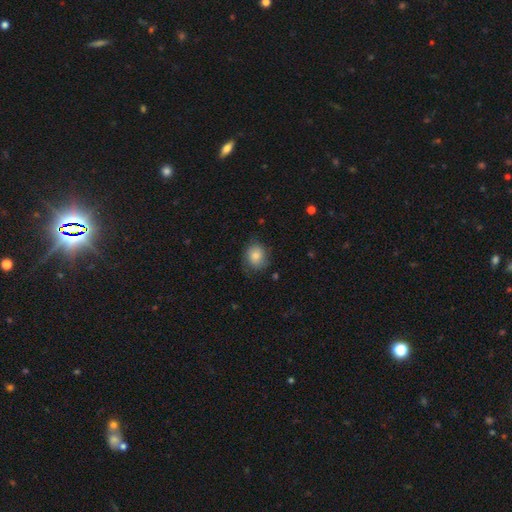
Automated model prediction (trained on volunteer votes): Smooth or featured? Predicted: smooth (p=0.78). How rounded? Predicted: round (p=0.68). Merging? Predicted: none (p=0.65).